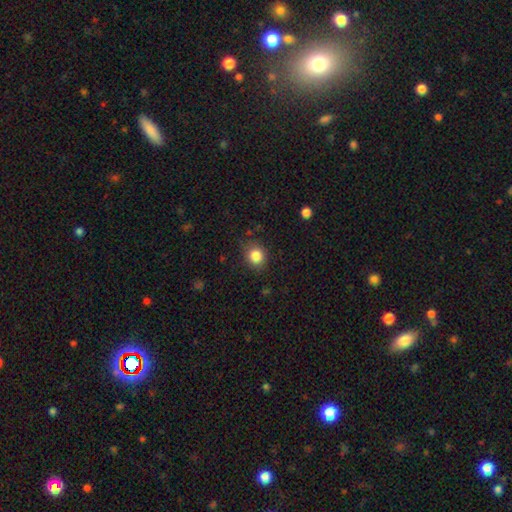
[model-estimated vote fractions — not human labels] The model was most divided on "how rounded": round: 73%, in between: 26%, cigar-shaped: 1%. More confident: smooth or featured — smooth (84%); merging — none (82%).